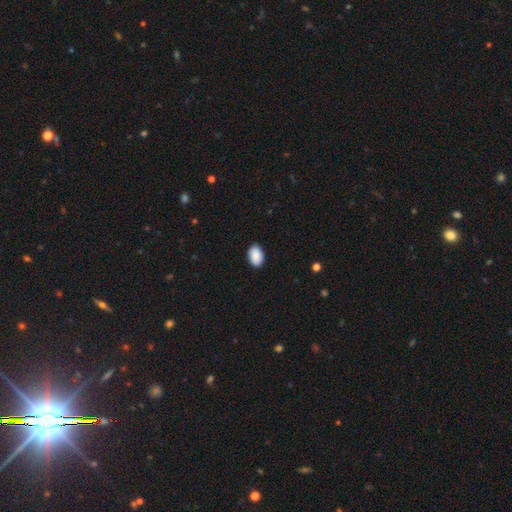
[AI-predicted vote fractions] Smooth or featured? smooth (91%)
How rounded? in between (92%)
Merging? none (90%)